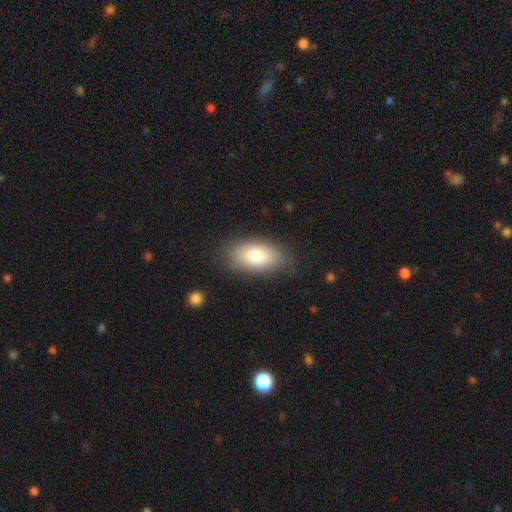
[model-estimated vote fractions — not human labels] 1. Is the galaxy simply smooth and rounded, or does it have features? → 78% smooth, 14% featured or disk, 7% star or artifact.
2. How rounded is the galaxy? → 92% in between, 5% round, 3% cigar-shaped.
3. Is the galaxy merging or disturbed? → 82% none, 13% minor disturbance, 4% major disturbance, 1% merger.